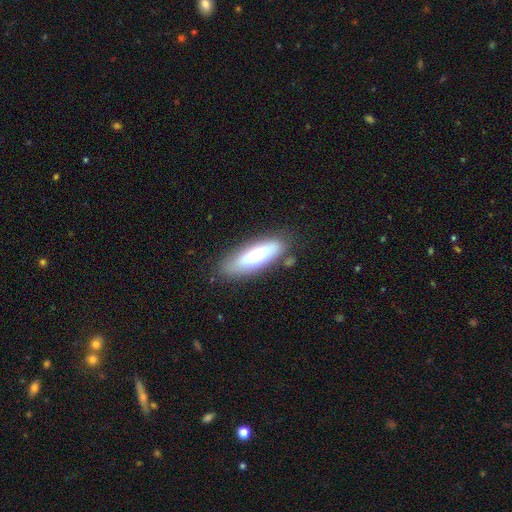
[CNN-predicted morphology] smooth-or-featured: smooth: 70% | featured or disk: 24% | star or artifact: 7%
  how-rounded: cigar-shaped: 54% | in between: 44% | round: 2%
  merging: none: 77% | minor disturbance: 15% | major disturbance: 4% | merger: 4%